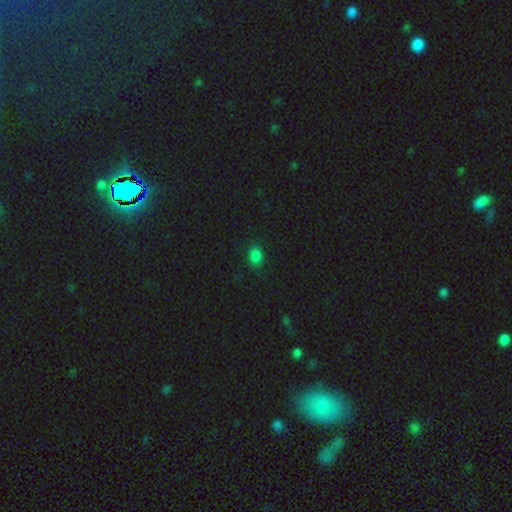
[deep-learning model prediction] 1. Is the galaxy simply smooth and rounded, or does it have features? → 80% smooth, 16% star or artifact, 4% featured or disk.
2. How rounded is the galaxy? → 66% in between, 33% round, 2% cigar-shaped.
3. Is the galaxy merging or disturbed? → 84% none, 12% minor disturbance, 3% major disturbance, 1% merger.